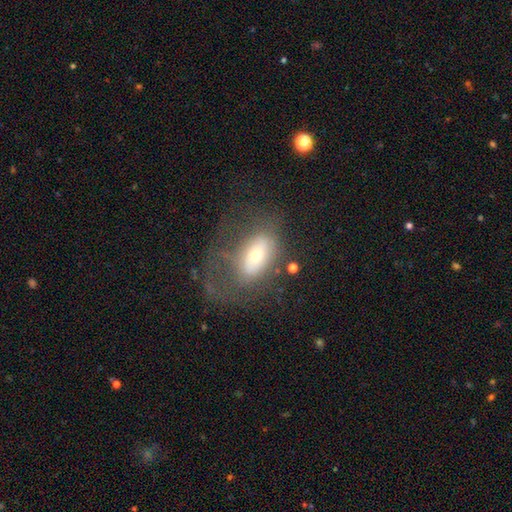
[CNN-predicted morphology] A smooth galaxy with no disk features (50%). Merging: major disturbance (44%).